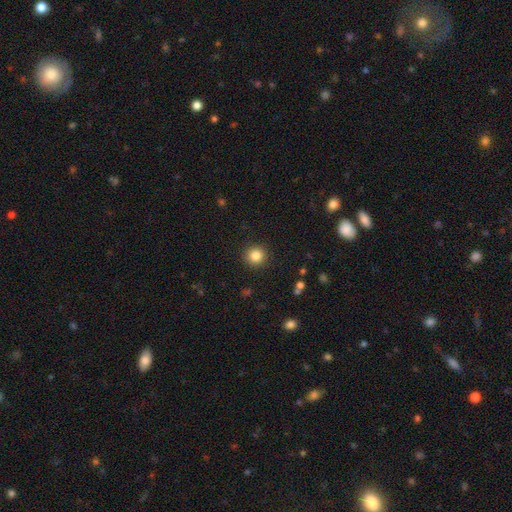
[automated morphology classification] smooth_or_featured: smooth (p=0.85) [alt: star or artifact p=0.11]
how_rounded: round (p=0.94) [alt: in between p=0.05]
merging: none (p=0.92) [alt: minor disturbance p=0.05]